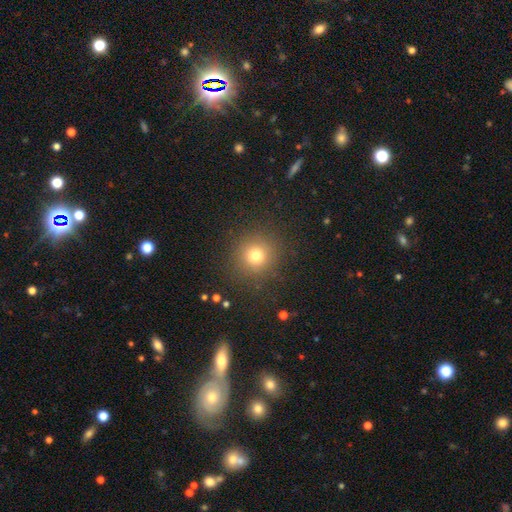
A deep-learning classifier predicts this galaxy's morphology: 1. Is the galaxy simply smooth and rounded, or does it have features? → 74% smooth, 18% star or artifact, 8% featured or disk.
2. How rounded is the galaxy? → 93% round, 6% in between, 1% cigar-shaped.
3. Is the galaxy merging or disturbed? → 88% none, 7% minor disturbance, 4% major disturbance, 1% merger.